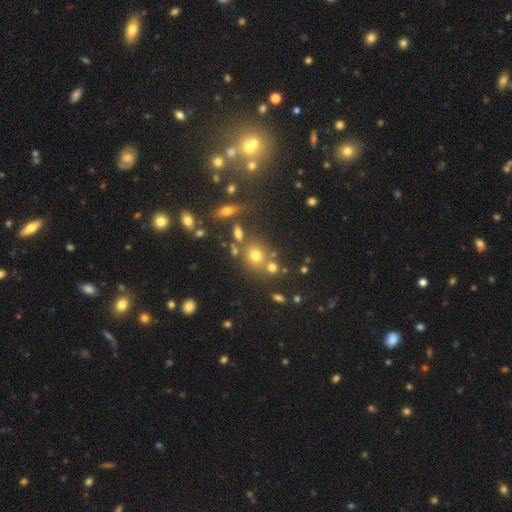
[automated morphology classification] Q: Smooth or featured?
A: smooth (63%); runner-up: star or artifact (24%)
Q: How rounded?
A: round (80%); runner-up: in between (19%)
Q: Merging?
A: none (66%); runner-up: merger (19%)